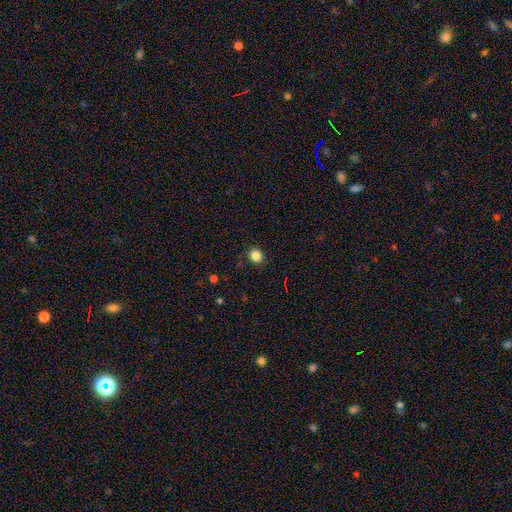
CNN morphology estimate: Smooth or featured? Predicted: smooth (p=0.84). How rounded? Predicted: round (p=0.76). Merging? Predicted: none (p=0.88).